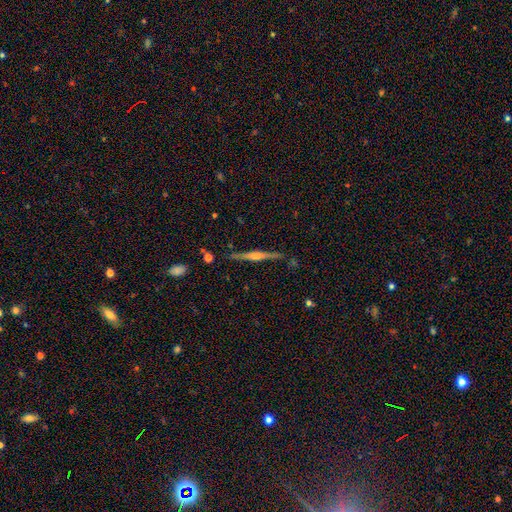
Q: Smooth or featured?
A: featured or disk (92%); runner-up: smooth (5%)
Q: Edge-on disk?
A: yes (100%)
Q: Edge-on bulge?
A: rounded (61%); runner-up: boxy (39%)
Q: Merging?
A: none (92%); runner-up: minor disturbance (3%)